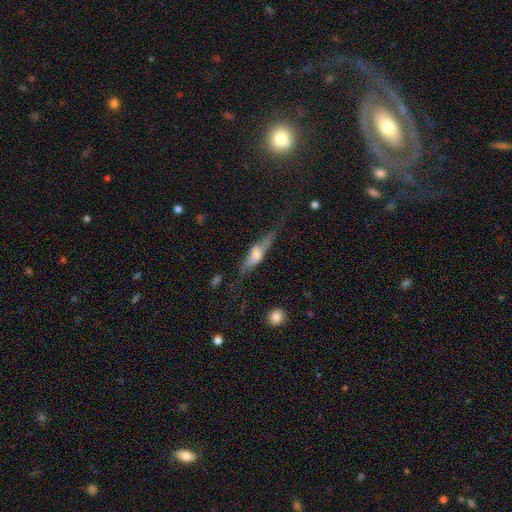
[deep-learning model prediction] Smooth or featured? featured or disk (67%)
Edge-on disk? yes (85%)
Edge-on bulge? rounded (76%)
Merging? none (59%)